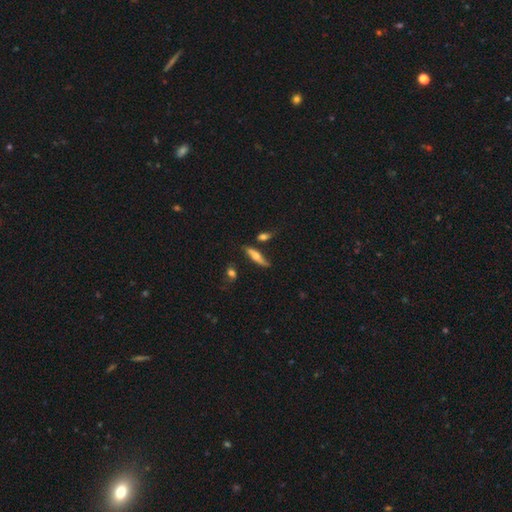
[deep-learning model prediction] Smooth or featured? featured or disk (49%)
Merging? none (67%)